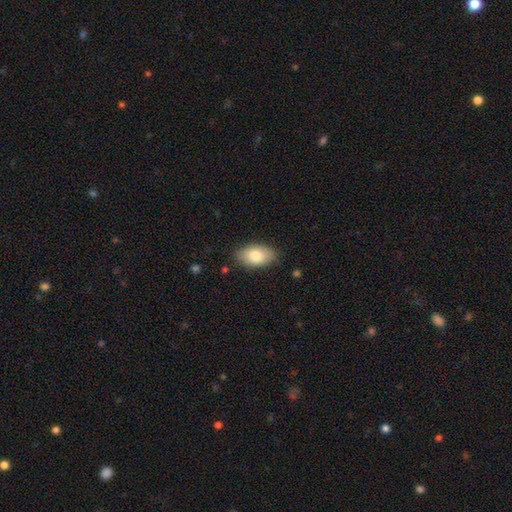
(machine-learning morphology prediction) A smooth galaxy with no disk features (81%) that is in between round and cigar-shaped (93%).

Vote fractions:
- Smooth or featured? smooth: 81% / featured or disk: 13% / star or artifact: 6%
- How rounded? in between: 93% / round: 5% / cigar-shaped: 2%
- Merging? none: 84% / minor disturbance: 12% / major disturbance: 3% / merger: 1%